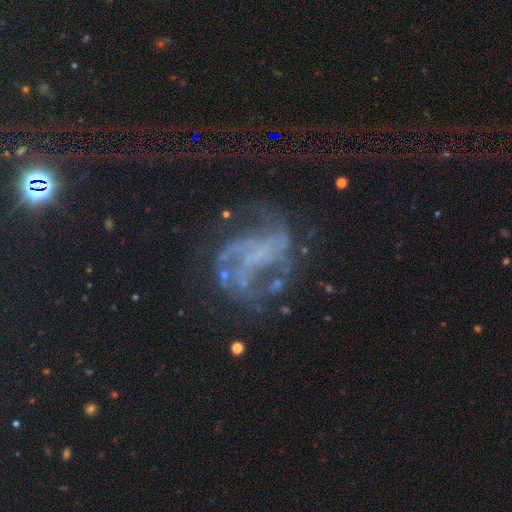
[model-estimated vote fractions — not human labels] Smooth or featured: featured or disk — 69% (star or artifact — 21%)
Edge-on disk: no — 97% (yes — 3%)
Bar: no — 56% (weak — 28%)
Spiral arms: yes — 80% (no — 20%)
Spiral winding: loose — 41% (medium — 38%)
Spiral arm count: can't tell — 30% (2 — 27%)
Bulge size: none — 74% (small — 14%)
Merging: none — 46% (major disturbance — 34%)